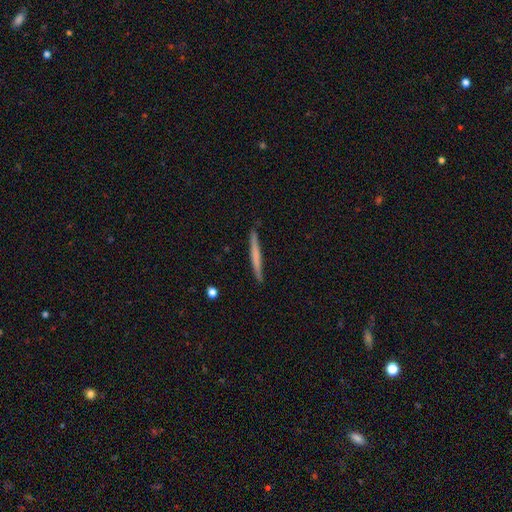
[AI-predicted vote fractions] Overall: smooth (57%; featured or disk 38%). How rounded: cigar-shaped (97%). Merging: none (89%).